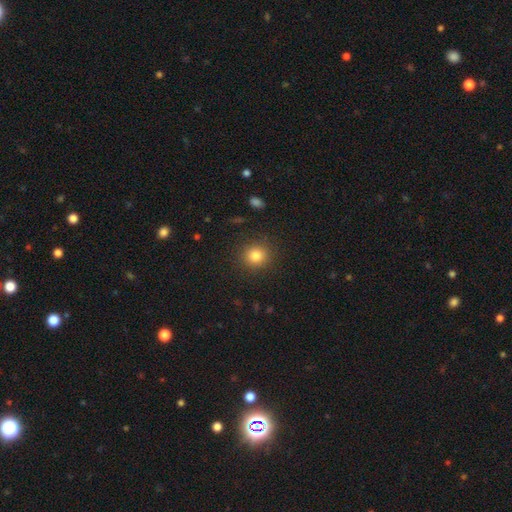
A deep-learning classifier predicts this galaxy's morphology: Smooth or featured: smooth — 82% (star or artifact — 12%)
How rounded: round — 90% (in between — 9%)
Merging: none — 89% (minor disturbance — 7%)